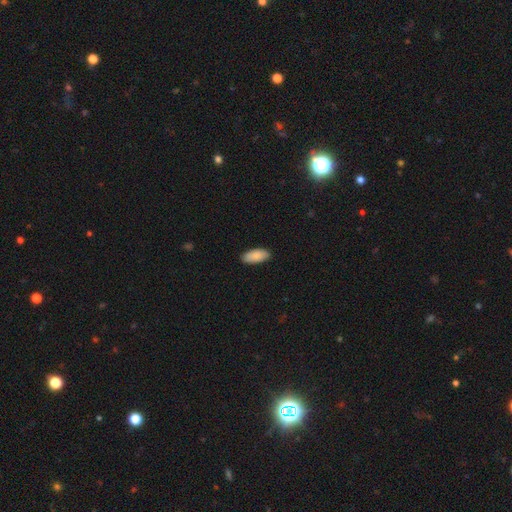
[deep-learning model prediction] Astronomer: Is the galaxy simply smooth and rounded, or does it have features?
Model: smooth — 89%.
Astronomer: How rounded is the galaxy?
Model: in between — 90%.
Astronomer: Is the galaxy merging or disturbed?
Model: none — 88%.